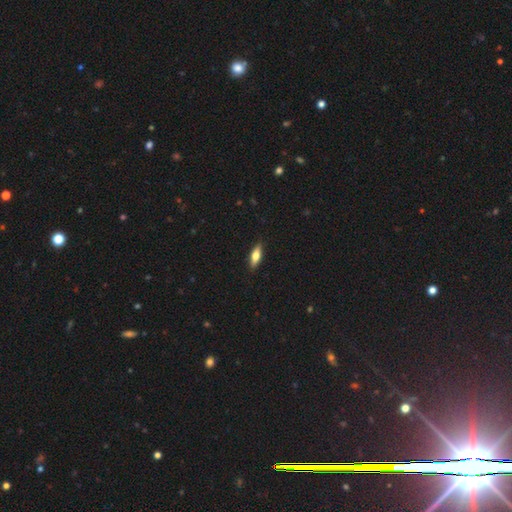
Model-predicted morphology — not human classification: smooth-or-featured: smooth: 65% | featured or disk: 29% | star or artifact: 6%
  how-rounded: in between: 57% | cigar-shaped: 40% | round: 3%
  merging: none: 89% | minor disturbance: 8% | major disturbance: 2% | merger: 1%